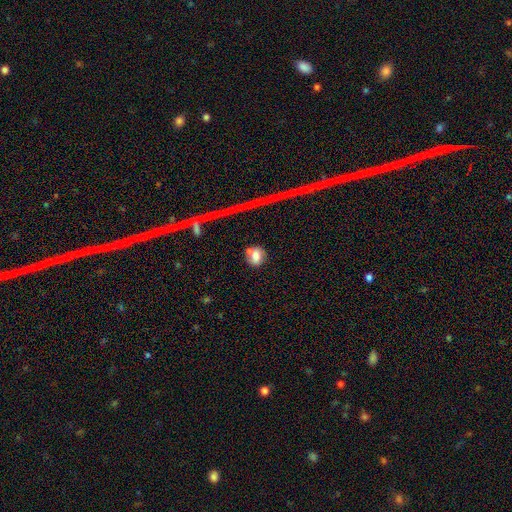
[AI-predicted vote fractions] Morphology: type=smooth (72%); roundness=round (53%); merging=none (64%).